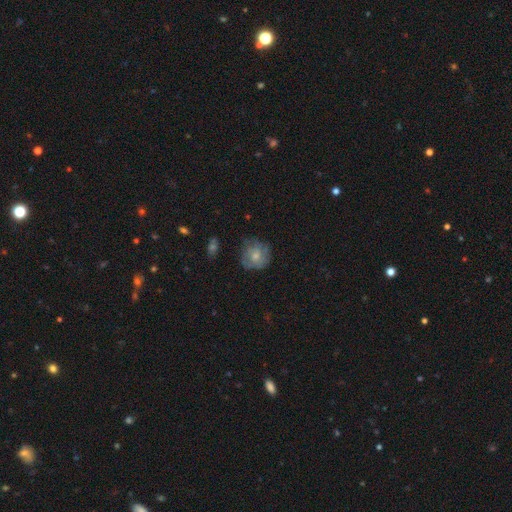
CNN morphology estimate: type=smooth (59%); roundness=round (85%); merging=none (65%).